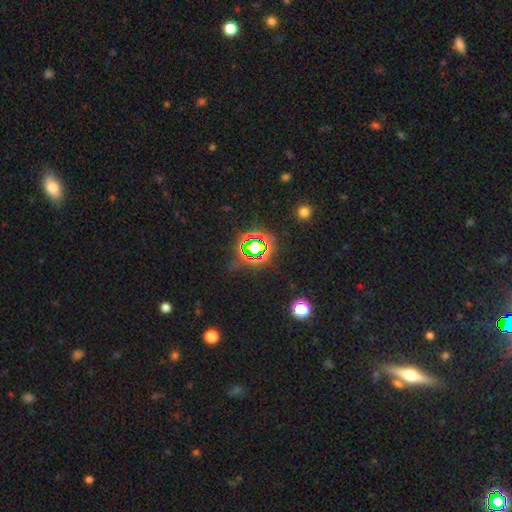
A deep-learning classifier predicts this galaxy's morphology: type=star or artifact (75%).